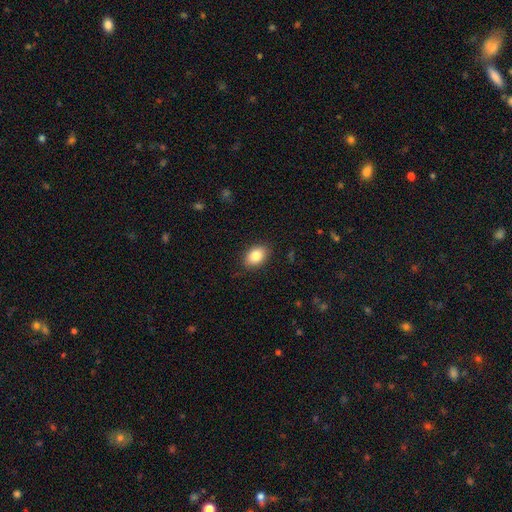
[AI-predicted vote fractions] Q: Smooth or featured?
A: smooth (85%); runner-up: star or artifact (8%)
Q: How rounded?
A: in between (83%); runner-up: round (16%)
Q: Merging?
A: none (87%); runner-up: minor disturbance (10%)